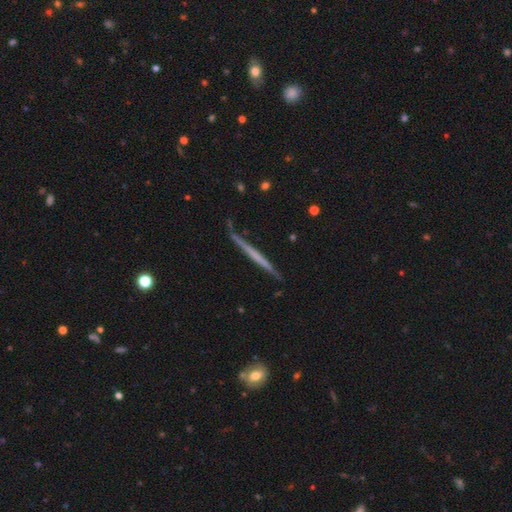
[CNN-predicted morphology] A featured or disk galaxy (60%) viewed edge-on (97%) with no central bulge (87%).

Vote fractions:
- Smooth or featured? featured or disk: 60% / smooth: 35% / star or artifact: 6%
- Edge-on disk? yes: 97% / no: 3%
- Edge-on bulge? none: 87% / rounded: 8% / boxy: 5%
- Merging? none: 85% / minor disturbance: 11% / major disturbance: 2% / merger: 2%